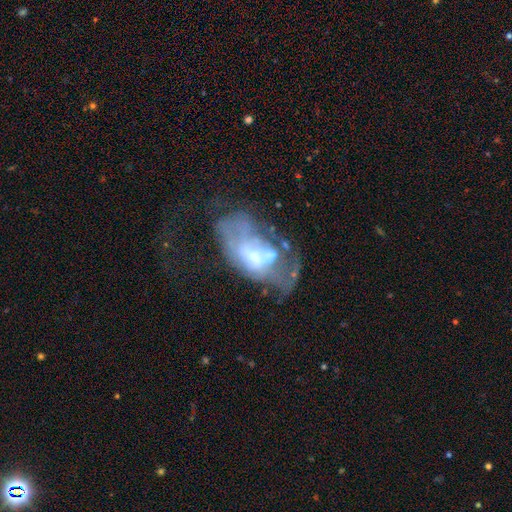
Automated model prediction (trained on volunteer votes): smooth_or_featured: featured or disk (p=0.62) [alt: smooth p=0.26]
disk_edge_on: no (p=0.95) [alt: yes p=0.05]
bar: no (p=0.70) [alt: weak p=0.22]
has_spiral_arms: no (p=0.74) [alt: yes p=0.26]
bulge_size: moderate (p=0.37) [alt: small p=0.26]
merging: major disturbance (p=0.43) [alt: merger p=0.24]